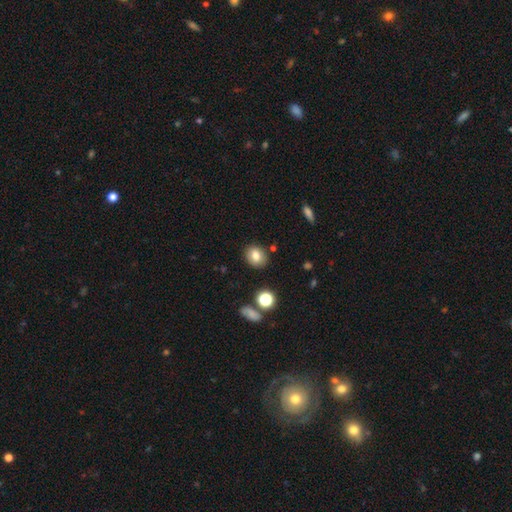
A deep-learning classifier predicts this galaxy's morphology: smooth-or-featured: smooth: 80% | star or artifact: 11% | featured or disk: 10%
  how-rounded: round: 66% | in between: 33% | cigar-shaped: 1%
  merging: none: 85% | minor disturbance: 9% | merger: 3% | major disturbance: 3%